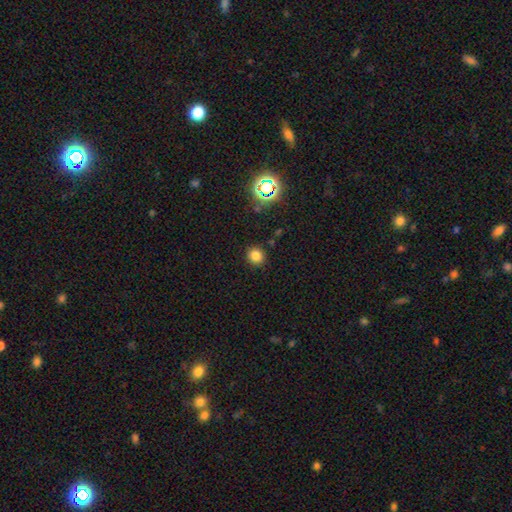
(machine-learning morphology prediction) smooth-or-featured: smooth: 79% | star or artifact: 16% | featured or disk: 5%
  how-rounded: round: 89% | in between: 10% | cigar-shaped: 1%
  merging: none: 89% | minor disturbance: 7% | major disturbance: 2% | merger: 2%